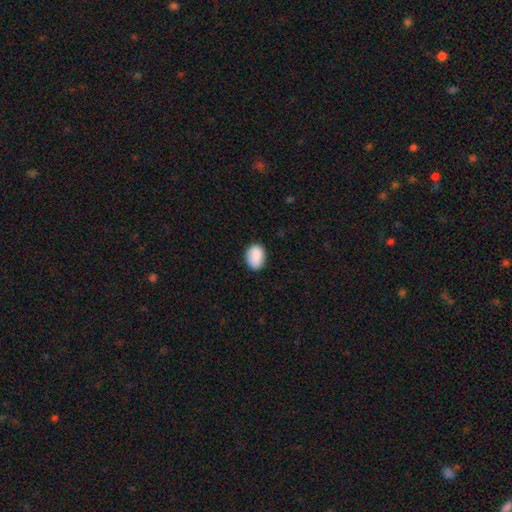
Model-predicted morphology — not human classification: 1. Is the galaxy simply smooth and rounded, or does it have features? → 89% smooth, 7% star or artifact, 4% featured or disk.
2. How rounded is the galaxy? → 75% in between, 24% round, 1% cigar-shaped.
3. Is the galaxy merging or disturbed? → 82% none, 14% minor disturbance, 3% major disturbance, 1% merger.